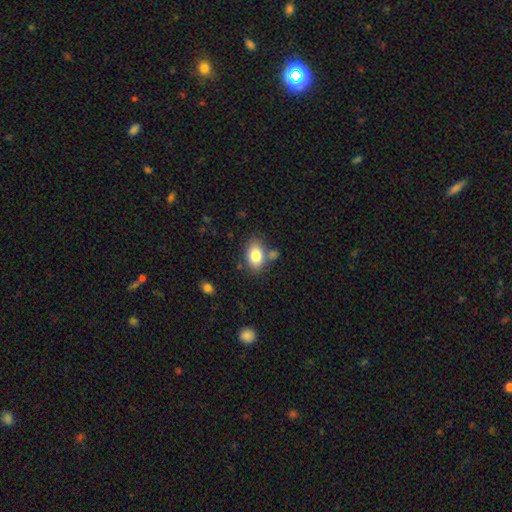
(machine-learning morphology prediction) smooth-or-featured: smooth: 81% | featured or disk: 11% | star or artifact: 8%
  how-rounded: in between: 86% | round: 12% | cigar-shaped: 1%
  merging: none: 68% | minor disturbance: 15% | merger: 13% | major disturbance: 4%